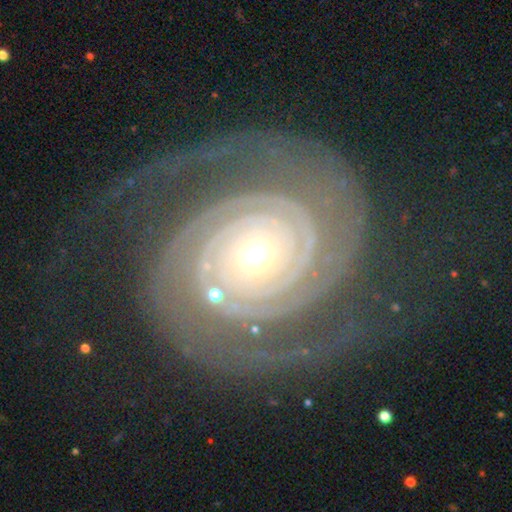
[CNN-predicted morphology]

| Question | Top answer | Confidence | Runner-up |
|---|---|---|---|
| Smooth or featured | featured or disk | 92% | star or artifact (5%) |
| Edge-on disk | no | 97% | yes (3%) |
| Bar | no | 77% | weak (13%) |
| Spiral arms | yes | 99% | no (1%) |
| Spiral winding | tight | 84% | medium (13%) |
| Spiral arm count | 2 | 75% | 3 (8%) |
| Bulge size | small | 50% | moderate (45%) |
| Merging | none | 72% | minor disturbance (13%) |